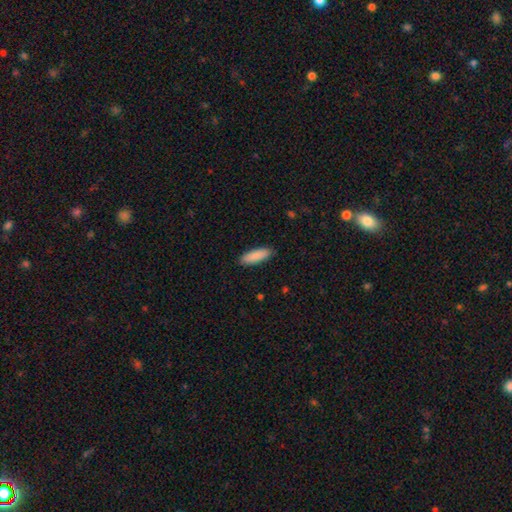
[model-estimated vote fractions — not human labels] smooth_or_featured: smooth (p=0.89) [alt: star or artifact p=0.06]
how_rounded: in between (p=0.53) [alt: cigar-shaped p=0.45]
merging: none (p=0.89) [alt: minor disturbance p=0.08]